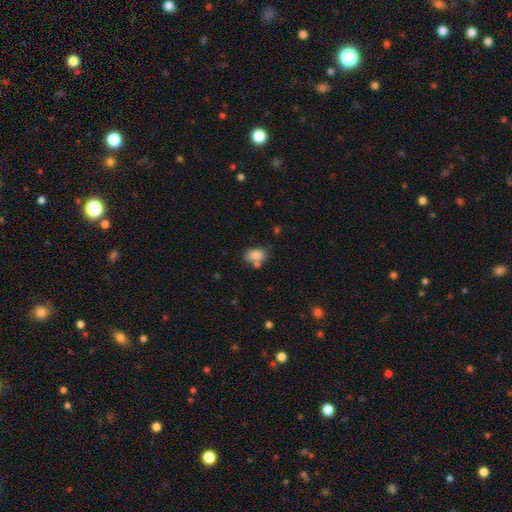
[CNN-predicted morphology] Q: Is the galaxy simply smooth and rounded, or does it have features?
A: smooth — 83%.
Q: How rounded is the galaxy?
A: in between — 81%.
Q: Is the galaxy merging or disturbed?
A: none — 56%.